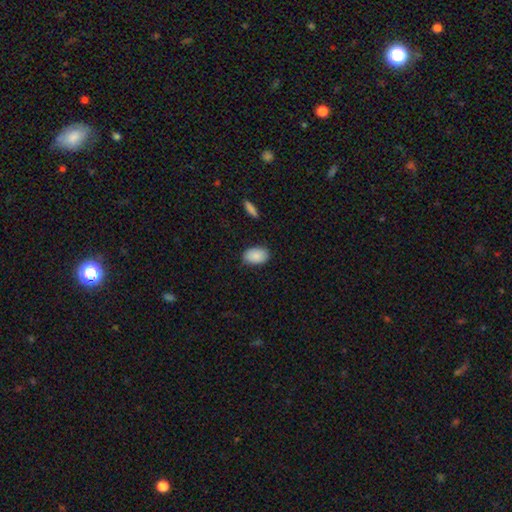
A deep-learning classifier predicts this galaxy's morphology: Smooth or featured: smooth — 89% (star or artifact — 6%)
How rounded: in between — 91% (round — 7%)
Merging: none — 83% (minor disturbance — 13%)